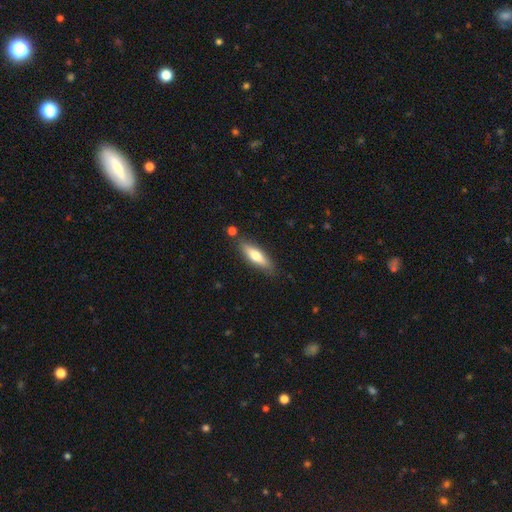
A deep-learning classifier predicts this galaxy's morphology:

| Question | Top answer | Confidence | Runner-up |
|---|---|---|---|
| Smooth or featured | smooth | 66% | featured or disk (28%) |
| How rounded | cigar-shaped | 57% | in between (41%) |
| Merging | none | 81% | minor disturbance (12%) |